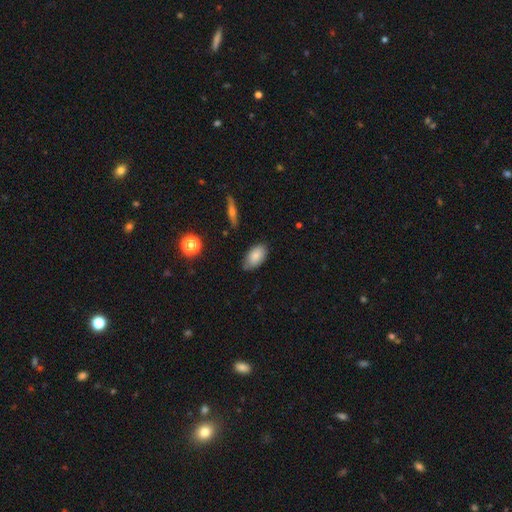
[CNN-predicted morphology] Overall: smooth (83%). How rounded: in between (93%). Merging: none (71%).